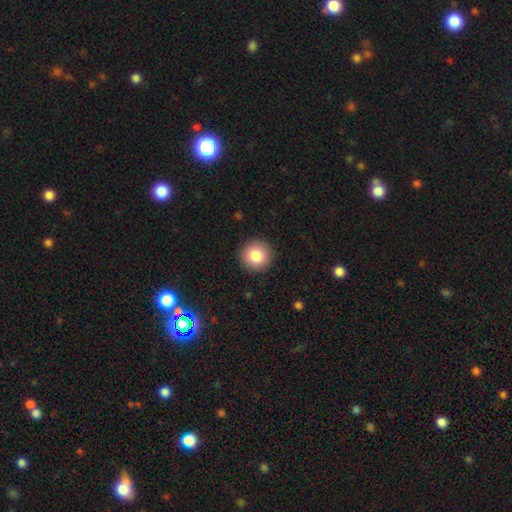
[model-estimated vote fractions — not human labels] Overall: smooth (84%). How rounded: round (95%). Merging: none (92%).